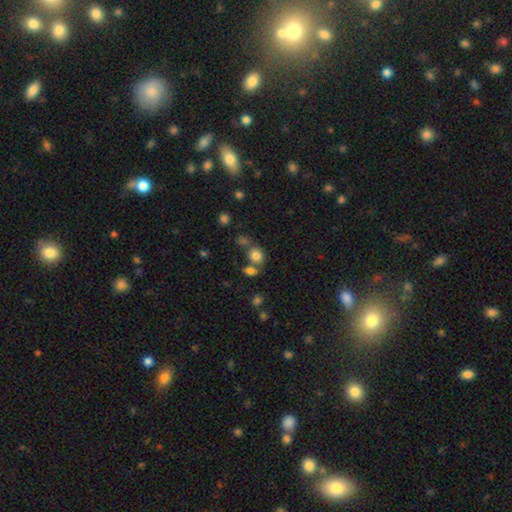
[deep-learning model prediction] The model was most divided on "how rounded": round: 61%, in between: 38%, cigar-shaped: 1%. More confident: smooth or featured — smooth (80%); merging — none (56%).